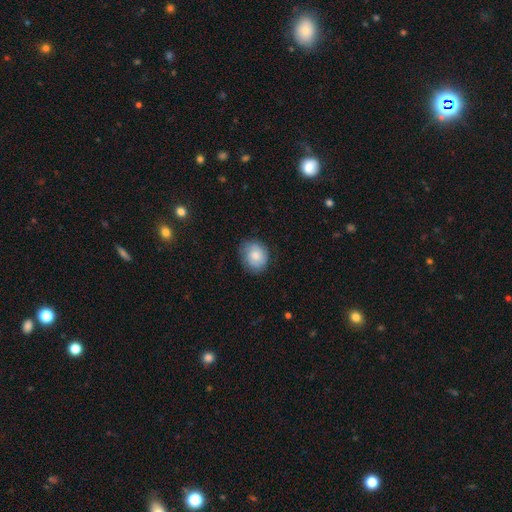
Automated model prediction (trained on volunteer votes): Smooth or featured? Predicted: smooth (p=0.73). How rounded? Predicted: round (p=0.73). Merging? Predicted: none (p=0.77).